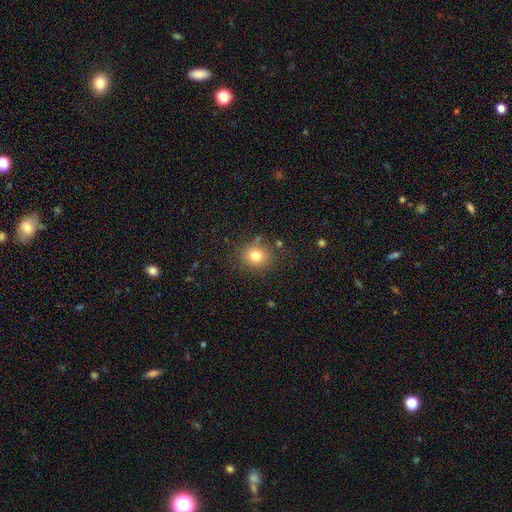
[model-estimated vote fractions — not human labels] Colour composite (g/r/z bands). It shows a smooth galaxy with no disk features (77%) that is round (84%). Merging: none (83%).